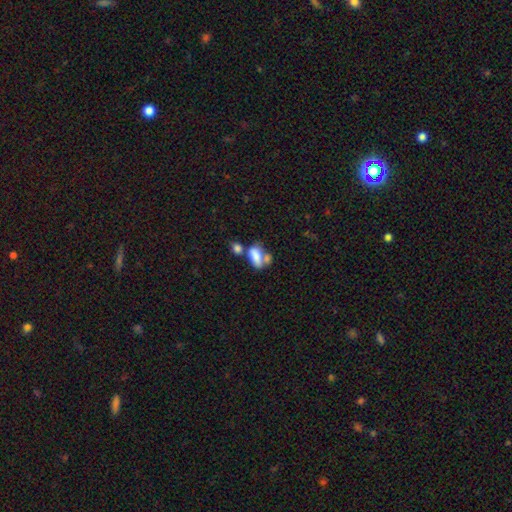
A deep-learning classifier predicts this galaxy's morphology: Smooth or featured? Predicted: smooth (p=0.73). How rounded? Predicted: in between (p=0.88). Merging? Predicted: merger (p=0.55).